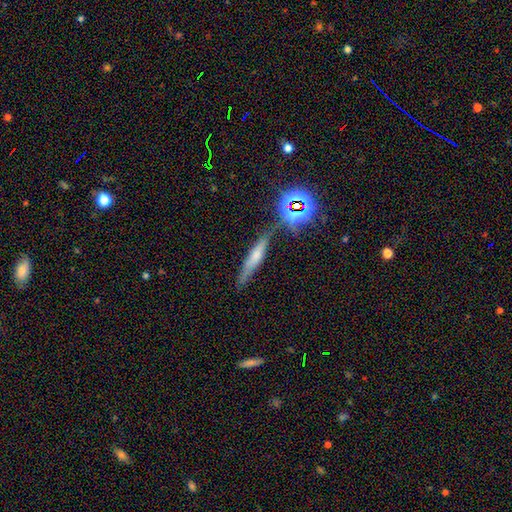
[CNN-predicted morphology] Smooth or featured?
  - smooth: 48% *
  - featured or disk: 33%
  - star or artifact: 20%
Merging?
  - none: 73% *
  - minor disturbance: 15%
  - merger: 8%
  - major disturbance: 5%